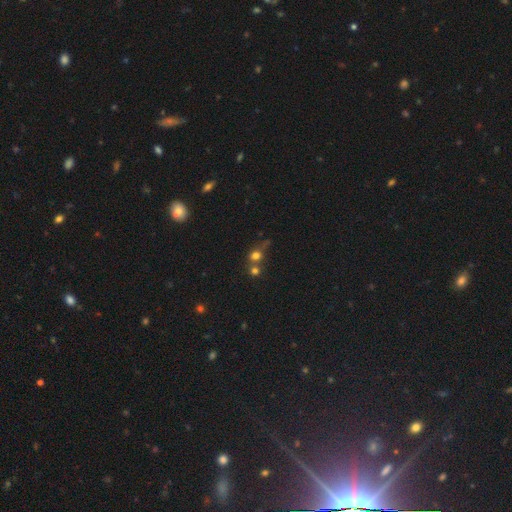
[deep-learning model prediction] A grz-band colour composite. It shows a smooth galaxy with no disk features (71%) that is round (84%). Merging: none (50%).